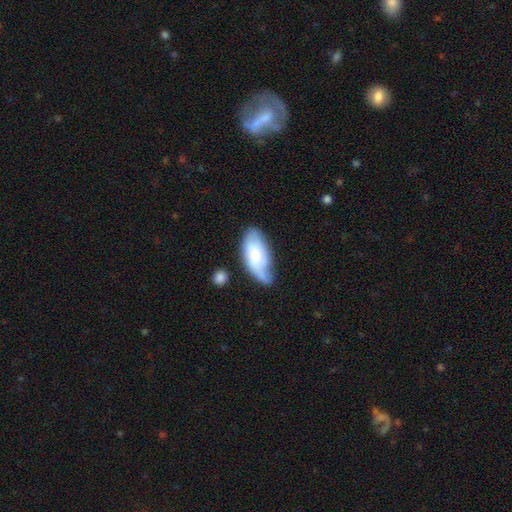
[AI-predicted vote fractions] Smooth or featured? Predicted: smooth (p=0.65). How rounded? Predicted: in between (p=0.89). Merging? Predicted: none (p=0.47).